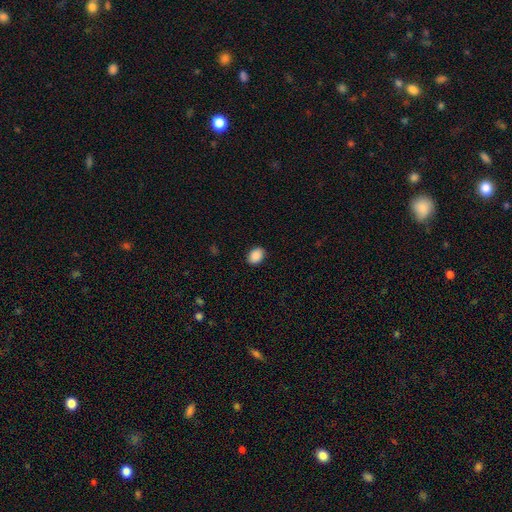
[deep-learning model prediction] Smooth or featured: smooth — 89% (star or artifact — 8%)
How rounded: in between — 68% (round — 31%)
Merging: none — 87% (minor disturbance — 9%)